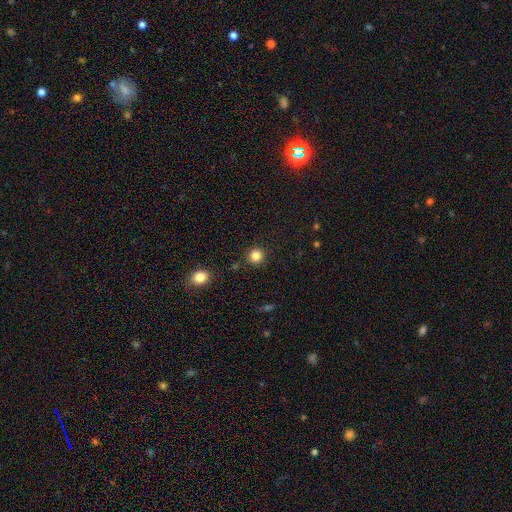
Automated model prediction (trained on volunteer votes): Smooth or featured?
  - smooth: 83% *
  - star or artifact: 12%
  - featured or disk: 5%
How rounded?
  - round: 93% *
  - in between: 6%
  - cigar-shaped: 1%
Merging?
  - none: 90% *
  - minor disturbance: 6%
  - merger: 2%
  - major disturbance: 2%